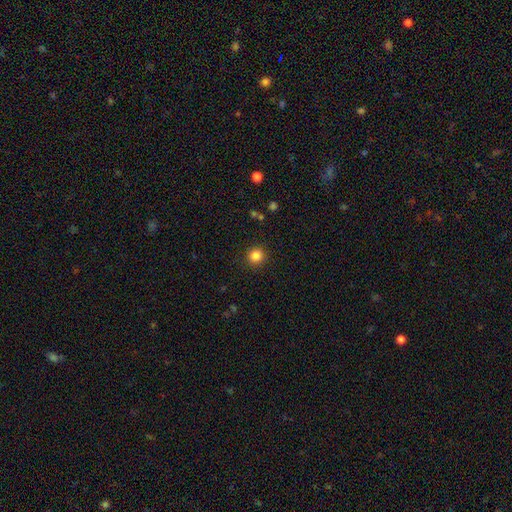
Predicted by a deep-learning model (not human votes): Q: Smooth or featured?
A: smooth (85%); runner-up: star or artifact (11%)
Q: How rounded?
A: round (94%); runner-up: in between (5%)
Q: Merging?
A: none (91%); runner-up: minor disturbance (6%)